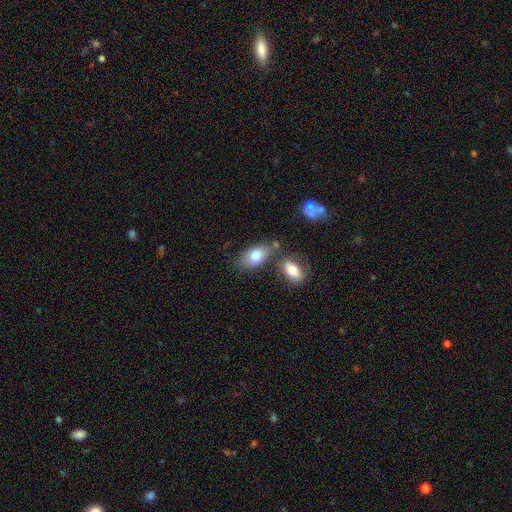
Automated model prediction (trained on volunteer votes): Morphology: type=smooth (79%); roundness=in between (91%); merging=none (59%).